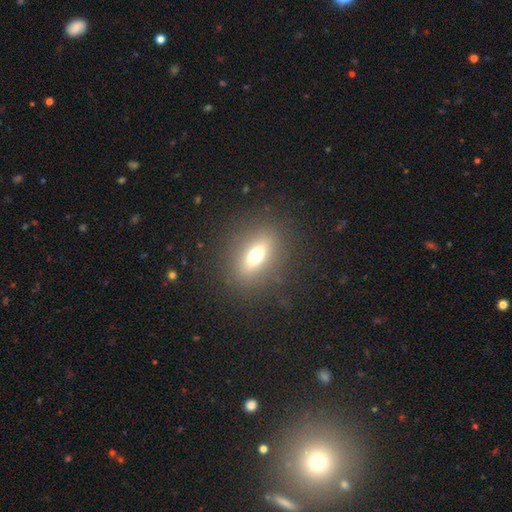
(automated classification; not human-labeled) Smooth or featured? Predicted: smooth (p=0.60). How rounded? Predicted: in between (p=0.63). Merging? Predicted: none (p=0.83).